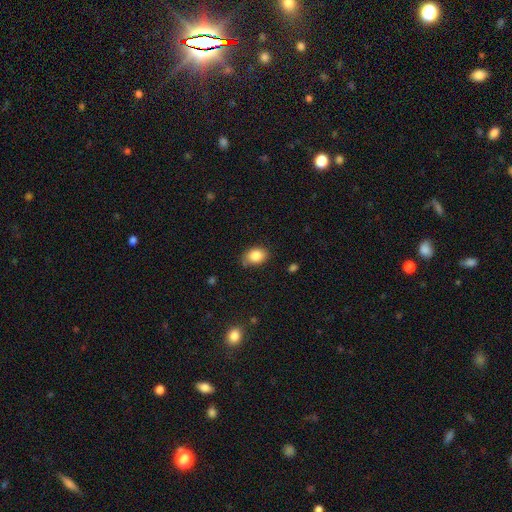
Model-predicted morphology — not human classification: A smooth galaxy with no disk features (85%) that is in between round and cigar-shaped (76%). Merging: none (70%).